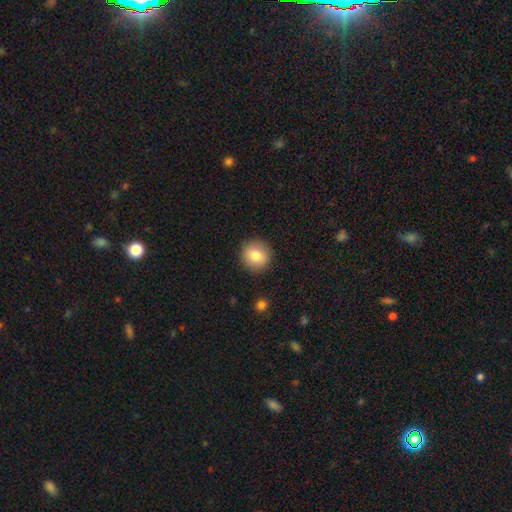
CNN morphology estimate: type=smooth (81%); roundness=round (90%); merging=none (90%).